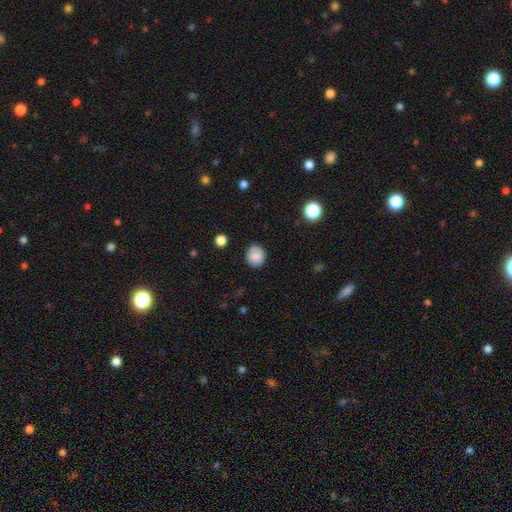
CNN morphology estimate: smooth 86%, star or artifact 9%, featured or disk 5%. Down the decision tree: how rounded — round (80%); merging — none (85%).